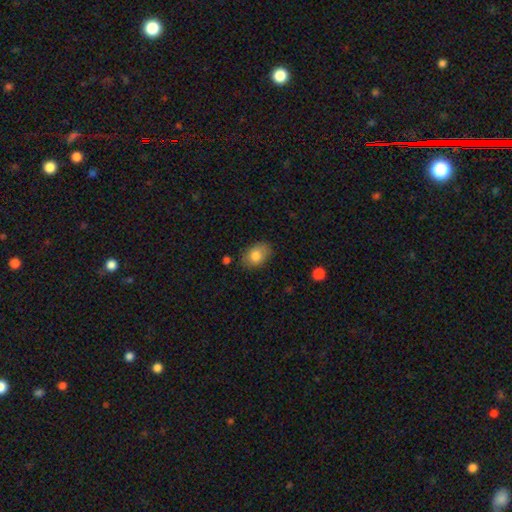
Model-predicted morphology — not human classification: smooth_or_featured: smooth (p=0.80) [alt: featured or disk p=0.12]
how_rounded: in between (p=0.81) [alt: round p=0.17]
merging: none (p=0.77) [alt: minor disturbance p=0.18]